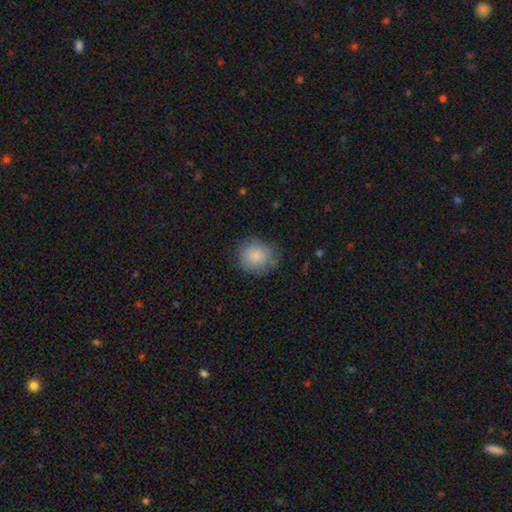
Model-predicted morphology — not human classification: smooth 84%, featured or disk 9%, star or artifact 7%. Down the decision tree: how rounded — round (82%); merging — none (75%).